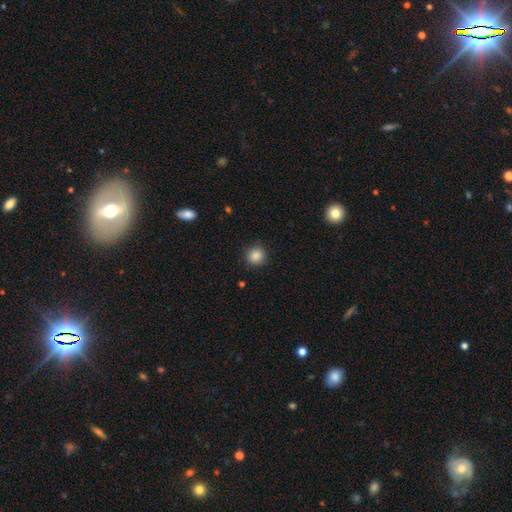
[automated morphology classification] type=smooth (86%); roundness=round (92%); merging=none (88%).